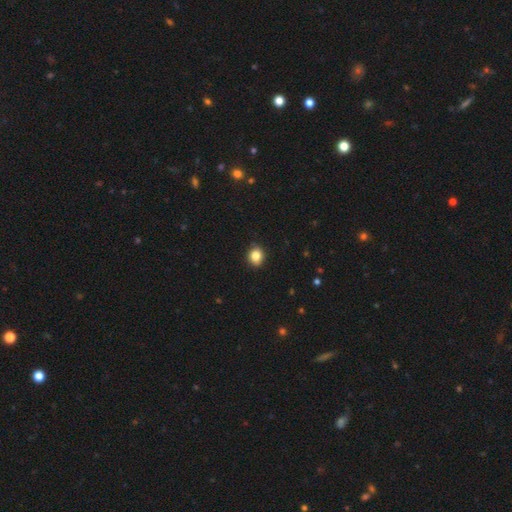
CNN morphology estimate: Smooth or featured? smooth (84%)
How rounded? round (68%)
Merging? none (87%)